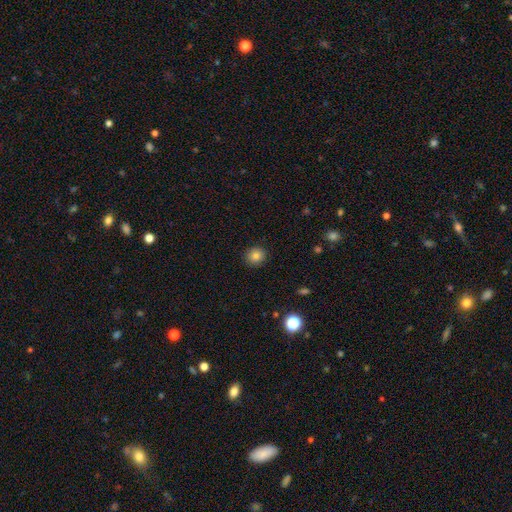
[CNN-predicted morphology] The model was most divided on "smooth or featured": smooth: 83%, star or artifact: 11%, featured or disk: 6%. More confident: merging — none (91%); how rounded — round (88%).